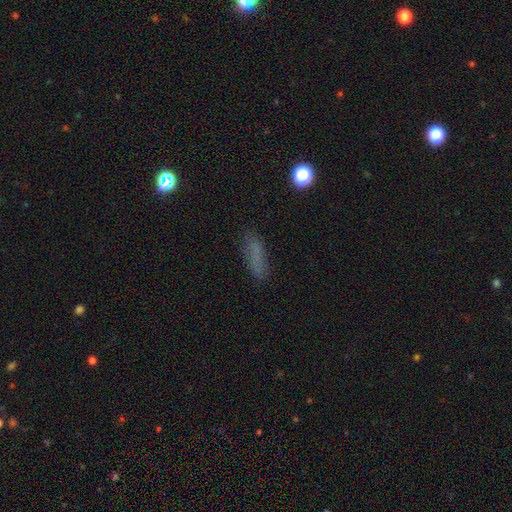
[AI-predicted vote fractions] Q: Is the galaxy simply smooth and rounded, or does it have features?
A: smooth — 74%.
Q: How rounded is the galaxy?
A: cigar-shaped — 61%.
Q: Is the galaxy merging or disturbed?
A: none — 81%.